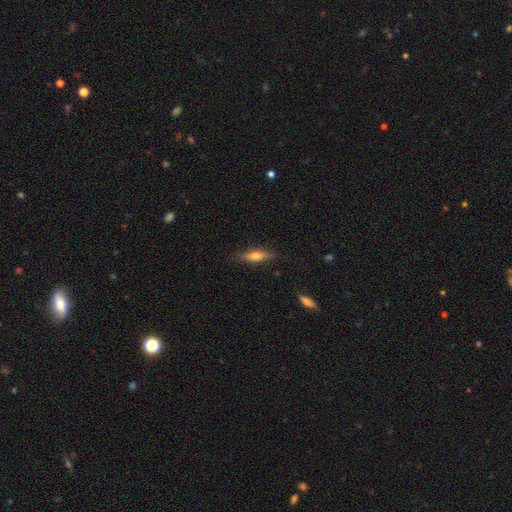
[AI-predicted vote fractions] Smooth or featured? smooth (63%)
How rounded? cigar-shaped (58%)
Merging? none (83%)